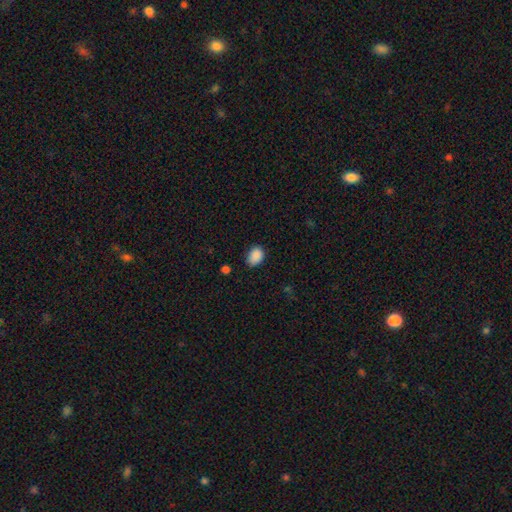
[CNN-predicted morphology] smooth_or_featured: smooth (p=0.89) [alt: star or artifact p=0.08]
how_rounded: in between (p=0.73) [alt: round p=0.26]
merging: none (p=0.78) [alt: minor disturbance p=0.18]